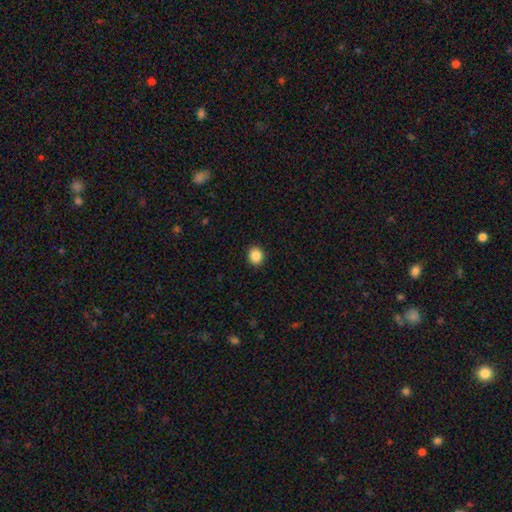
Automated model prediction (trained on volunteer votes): This is clearly a smooth galaxy (87%). How rounded: likely round (76%). Merging: clearly none (92%).